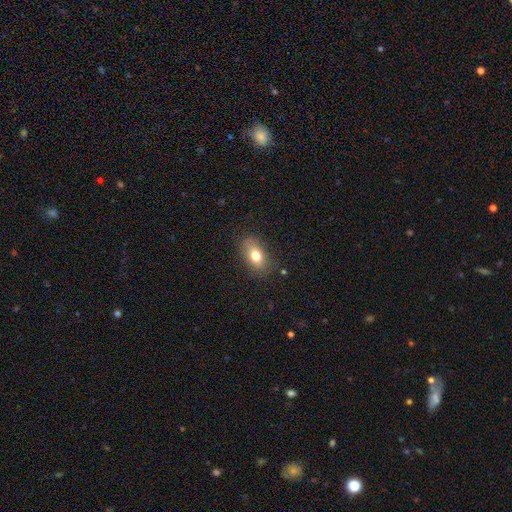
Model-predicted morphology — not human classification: This appears to be a smooth galaxy with no disk features (75%) that is in between round and cigar-shaped (83%). Merging: none (81%).